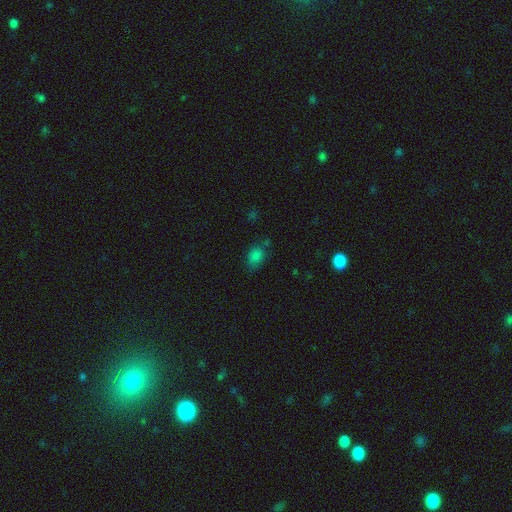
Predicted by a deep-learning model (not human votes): Smooth or featured?
  - smooth: 78% *
  - star or artifact: 15%
  - featured or disk: 6%
How rounded?
  - in between: 81% *
  - round: 17%
  - cigar-shaped: 2%
Merging?
  - none: 62% *
  - minor disturbance: 25%
  - major disturbance: 7%
  - merger: 6%